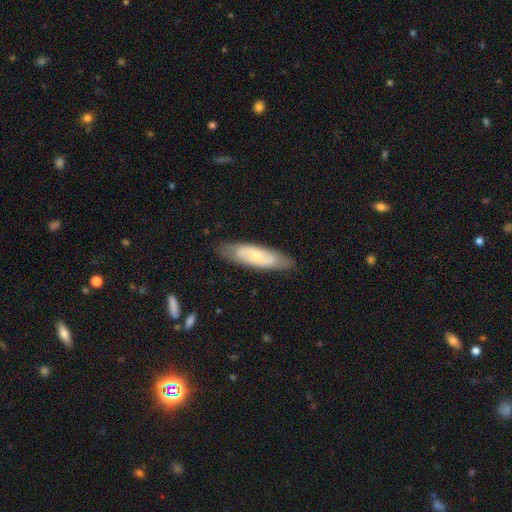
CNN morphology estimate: A featured or disk galaxy (50%).

Vote fractions:
- Smooth or featured? featured or disk: 50% / smooth: 44% / star or artifact: 6%
- Edge-on disk? no: 72% / yes: 28%
- Merging? none: 81% / minor disturbance: 14% / major disturbance: 3% / merger: 1%